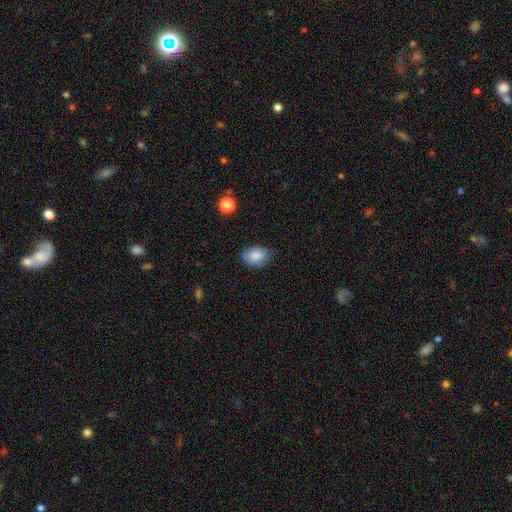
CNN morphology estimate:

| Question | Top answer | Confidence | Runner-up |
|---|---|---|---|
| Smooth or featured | smooth | 85% | star or artifact (8%) |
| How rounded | in between | 78% | round (21%) |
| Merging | none | 70% | minor disturbance (24%) |